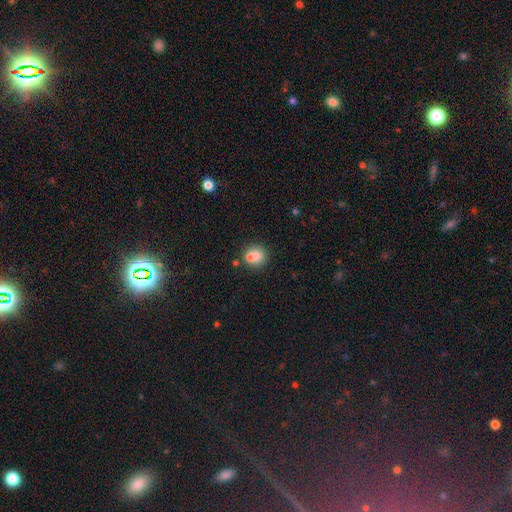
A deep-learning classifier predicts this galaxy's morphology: This is likely a smooth galaxy (76%). How rounded: clearly round (82%). Merging: possibly none (55%).